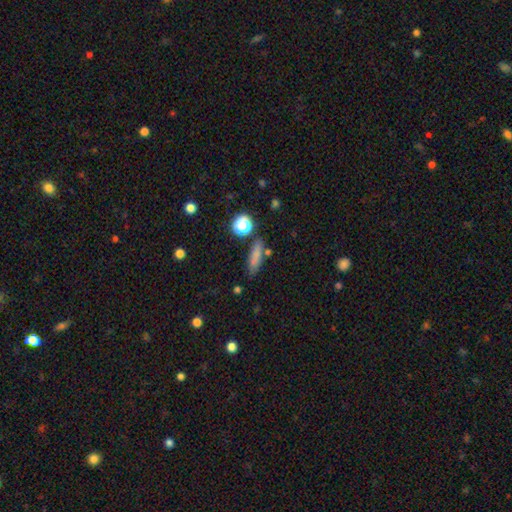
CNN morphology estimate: Smooth or featured? Predicted: smooth (p=0.77). How rounded? Predicted: cigar-shaped (p=0.59). Merging? Predicted: none (p=0.76).